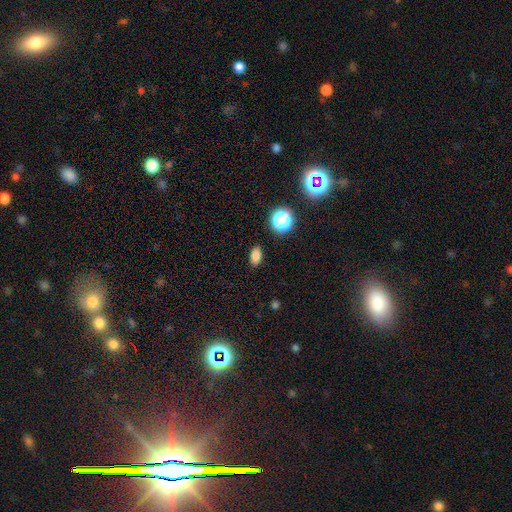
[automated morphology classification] This appears to be a smooth galaxy with no disk features (82%) that is in between round and cigar-shaped (85%). Merging: none (88%).